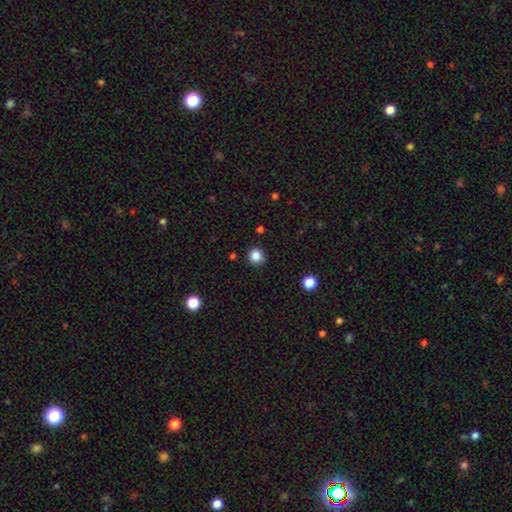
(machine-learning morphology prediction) smooth_or_featured: smooth (p=0.85) [alt: star or artifact p=0.12]
how_rounded: round (p=0.92) [alt: in between p=0.07]
merging: none (p=0.90) [alt: minor disturbance p=0.07]